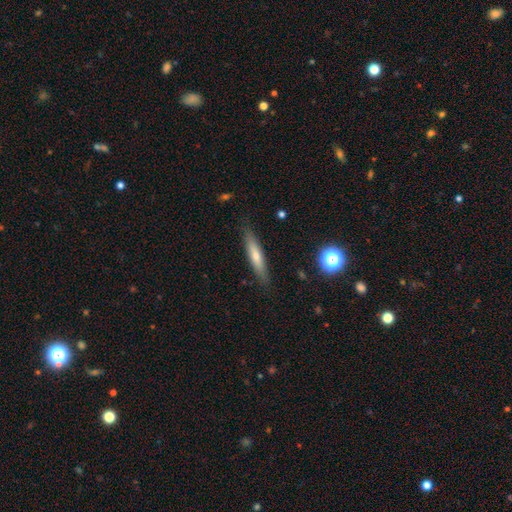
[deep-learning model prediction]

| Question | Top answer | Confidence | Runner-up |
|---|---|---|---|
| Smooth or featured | smooth | 56% | featured or disk (37%) |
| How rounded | cigar-shaped | 88% | in between (10%) |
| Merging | none | 87% | minor disturbance (10%) |